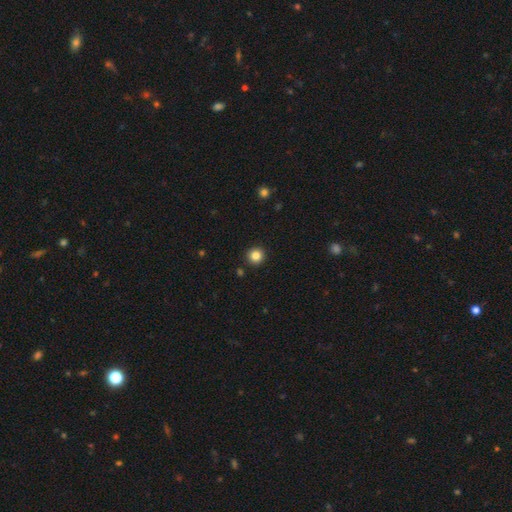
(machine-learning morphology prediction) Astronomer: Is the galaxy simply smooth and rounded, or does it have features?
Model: smooth — 85%.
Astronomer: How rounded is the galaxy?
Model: round — 95%.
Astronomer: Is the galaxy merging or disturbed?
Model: none — 92%.